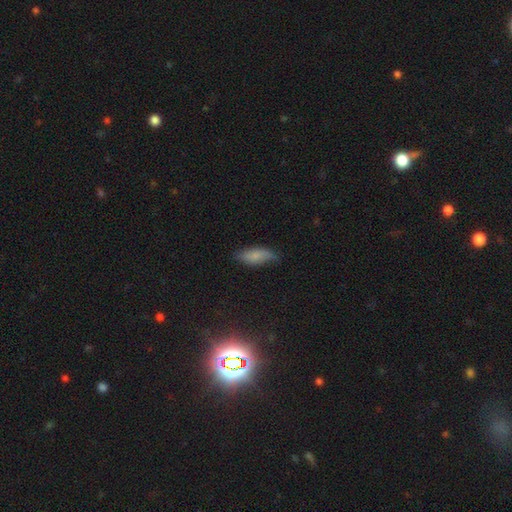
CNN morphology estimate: smooth-or-featured: smooth: 74% | featured or disk: 17% | star or artifact: 8%
  how-rounded: in between: 75% | cigar-shaped: 23% | round: 2%
  merging: none: 60% | minor disturbance: 31% | major disturbance: 7% | merger: 2%